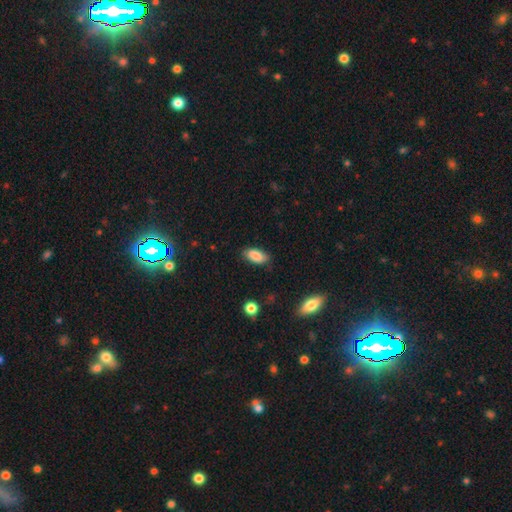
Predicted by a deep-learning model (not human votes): Smooth or featured? smooth (86%)
How rounded? in between (89%)
Merging? none (80%)